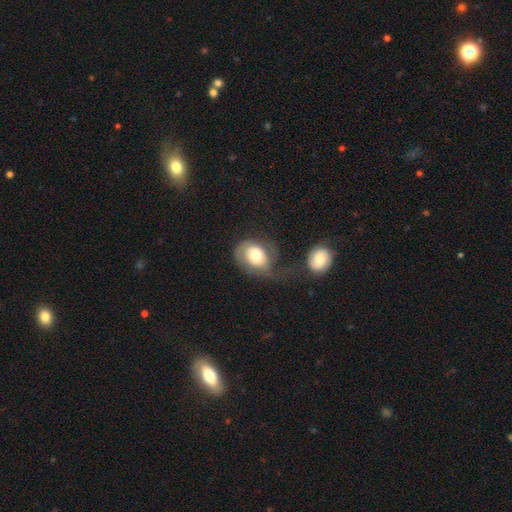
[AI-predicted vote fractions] Overall: smooth (59%; featured or disk 34%). How rounded: in between (60%; round 39%). Merging: major disturbance (33%; none 32%).